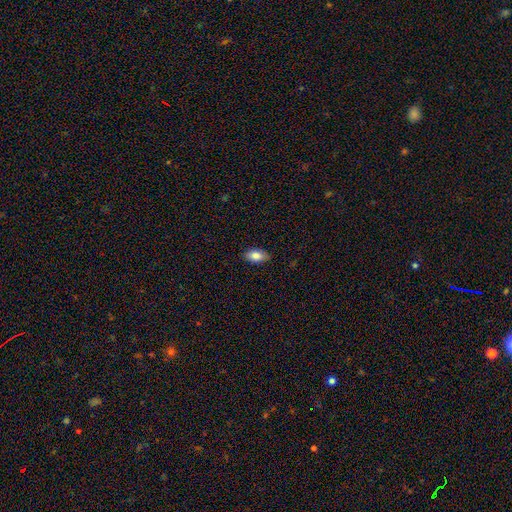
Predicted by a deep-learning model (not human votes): The model was most divided on "smooth or featured": smooth: 84%, featured or disk: 9%, star or artifact: 7%. More confident: how rounded — in between (91%); merging — none (87%).